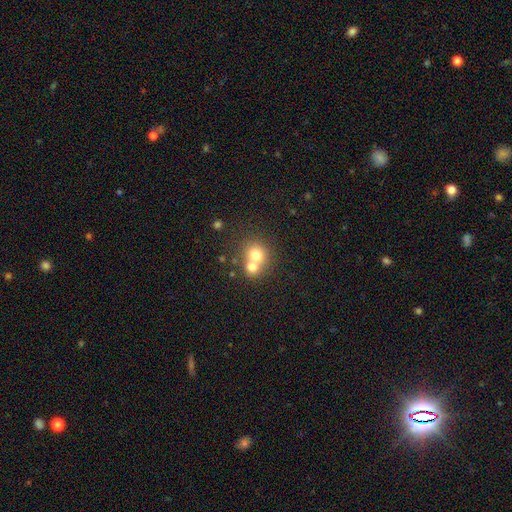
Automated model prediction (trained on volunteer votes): Smooth or featured: smooth — 72% (featured or disk — 16%)
How rounded: round — 79% (in between — 20%)
Merging: merger — 60% (none — 32%)